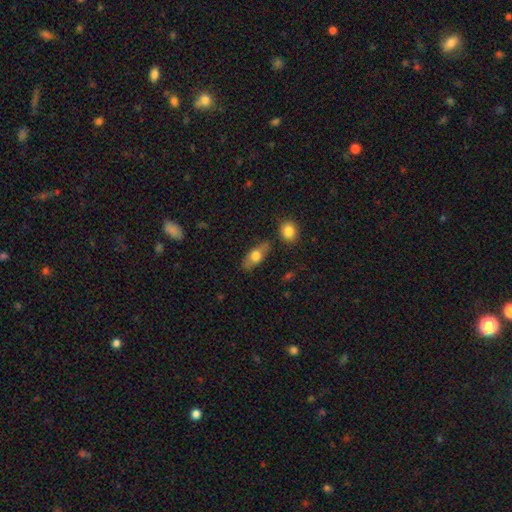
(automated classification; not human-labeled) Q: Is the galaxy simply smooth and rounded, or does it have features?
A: smooth — 66%.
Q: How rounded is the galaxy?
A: in between — 82%.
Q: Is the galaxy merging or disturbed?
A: none — 77%.